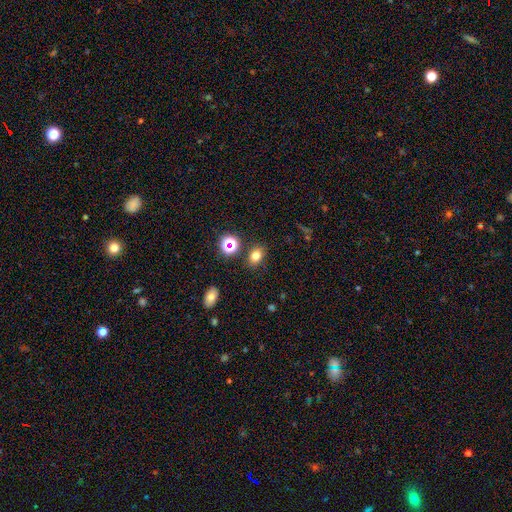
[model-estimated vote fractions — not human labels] smooth_or_featured: smooth (p=0.74) [alt: star or artifact p=0.18]
how_rounded: in between (p=0.64) [alt: round p=0.35]
merging: none (p=0.82) [alt: minor disturbance p=0.10]